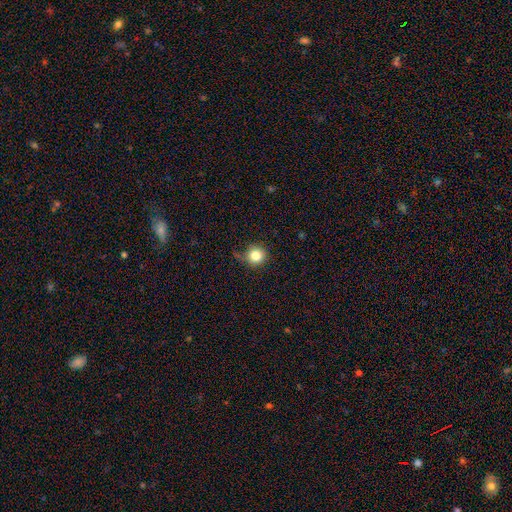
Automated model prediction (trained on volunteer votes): Q: Smooth or featured?
A: smooth (82%); runner-up: star or artifact (11%)
Q: How rounded?
A: round (93%); runner-up: in between (6%)
Q: Merging?
A: none (67%); runner-up: minor disturbance (22%)